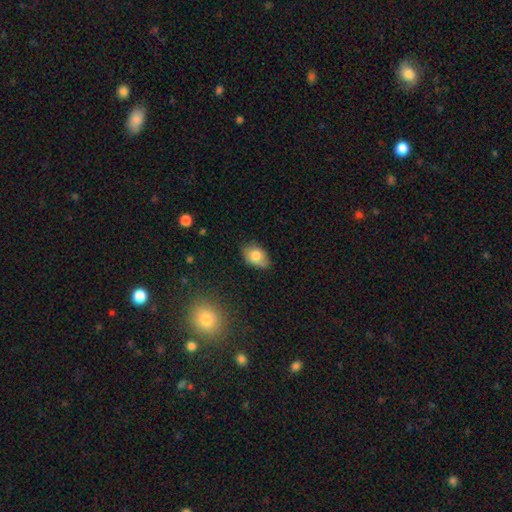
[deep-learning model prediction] Overall: smooth (77%). How rounded: in between (85%). Merging: none (70%).